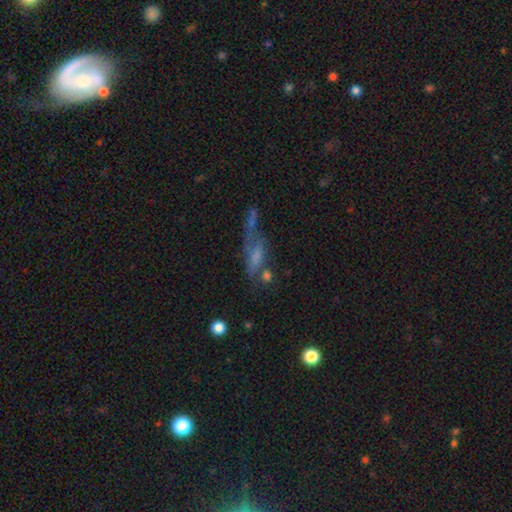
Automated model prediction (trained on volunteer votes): Q: Smooth or featured?
A: smooth (43%); runner-up: featured or disk (40%)
Q: Merging?
A: major disturbance (32%); runner-up: none (28%)